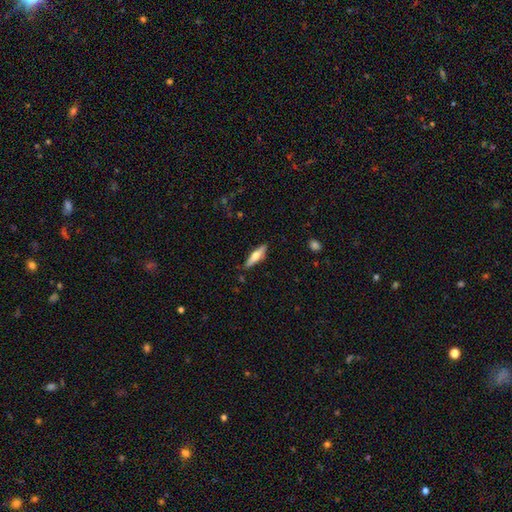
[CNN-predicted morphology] type=smooth (48%); merging=none (85%).